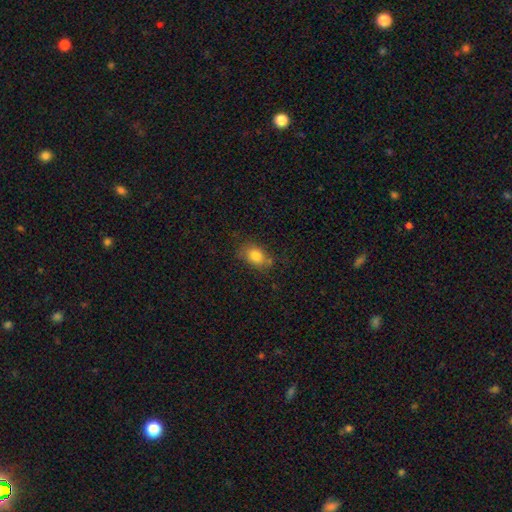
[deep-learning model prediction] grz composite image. It shows a smooth galaxy with no disk features (81%) that is in between round and cigar-shaped (76%). Merging: none (69%).